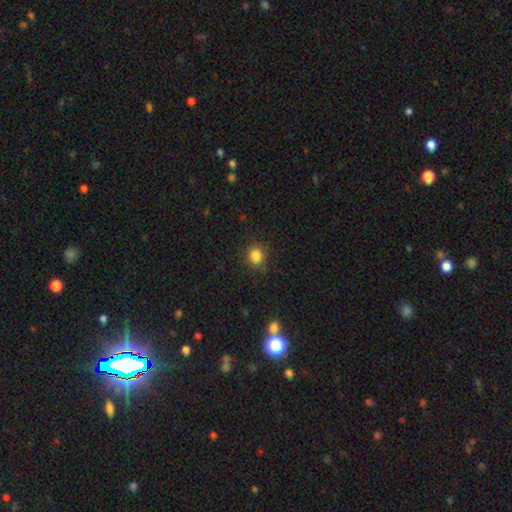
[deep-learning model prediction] This appears to be a smooth galaxy with no disk features (85%) that is round (85%). Merging: none (86%).